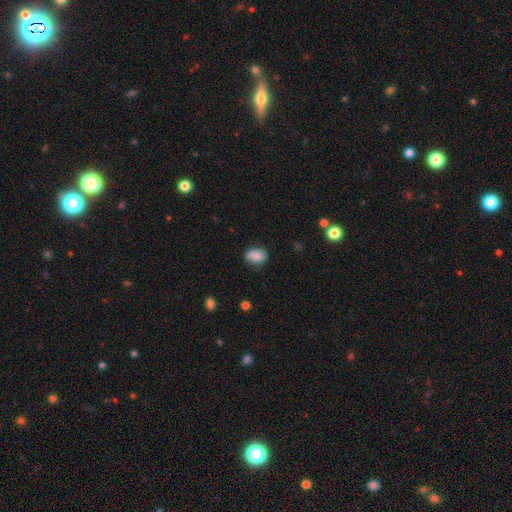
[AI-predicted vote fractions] Smooth or featured: smooth — 79% (featured or disk — 13%)
How rounded: in between — 79% (round — 20%)
Merging: none — 75% (minor disturbance — 19%)